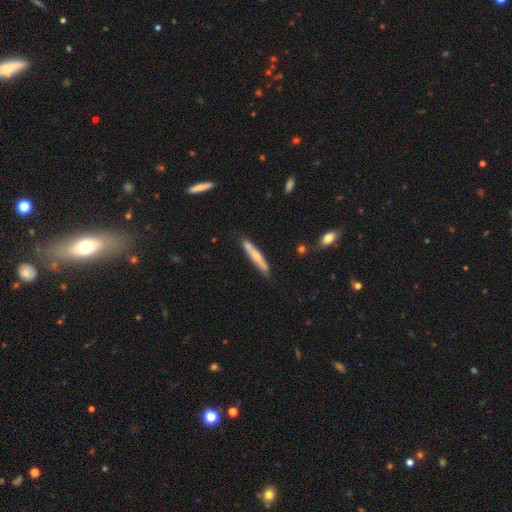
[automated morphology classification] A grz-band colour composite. It shows a smooth galaxy with no disk features (53%) that is cigar-shaped (93%). Merging: none (78%).